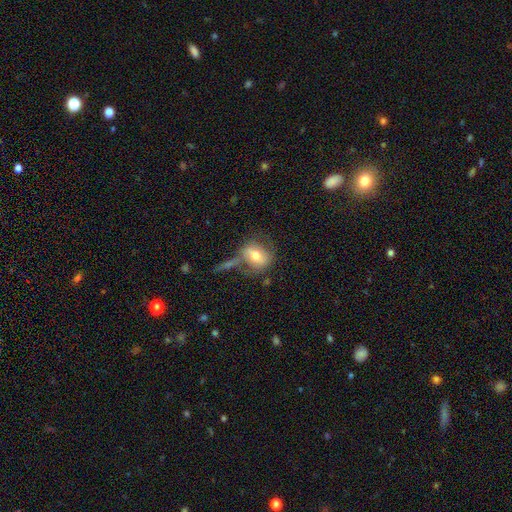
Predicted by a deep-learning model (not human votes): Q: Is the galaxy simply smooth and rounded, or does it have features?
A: smooth — 56%.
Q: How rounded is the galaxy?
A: round — 50%.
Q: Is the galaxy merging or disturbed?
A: none — 45%.